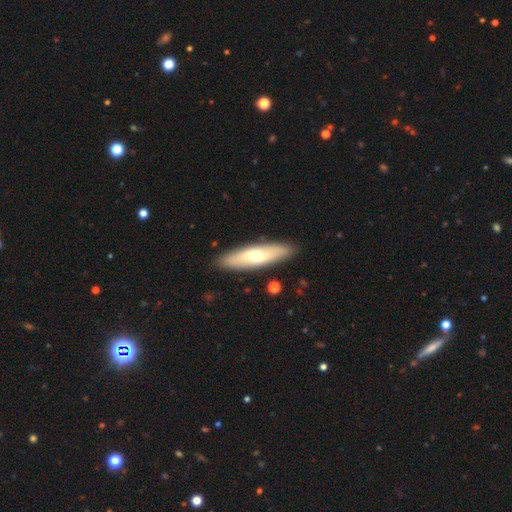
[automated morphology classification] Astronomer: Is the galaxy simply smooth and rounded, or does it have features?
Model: smooth — 51% (runner-up: featured or disk, 43%).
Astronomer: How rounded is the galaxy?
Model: cigar-shaped — 67%.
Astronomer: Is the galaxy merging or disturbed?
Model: none — 89%.